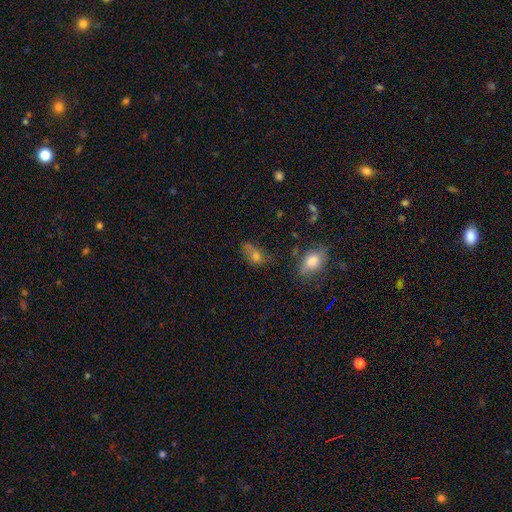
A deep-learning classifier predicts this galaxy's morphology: The model was most divided on "merging": none: 43%, minor disturbance: 24%, major disturbance: 18%, merger: 15%. More confident: how rounded — in between (73%); smooth or featured — smooth (59%).